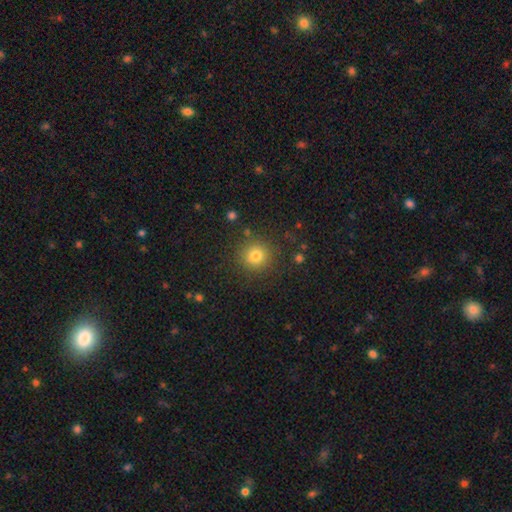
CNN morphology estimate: Smooth or featured?
  - smooth: 79% *
  - star or artifact: 14%
  - featured or disk: 7%
How rounded?
  - round: 91% *
  - in between: 8%
  - cigar-shaped: 1%
Merging?
  - none: 86% *
  - minor disturbance: 8%
  - major disturbance: 3%
  - merger: 2%